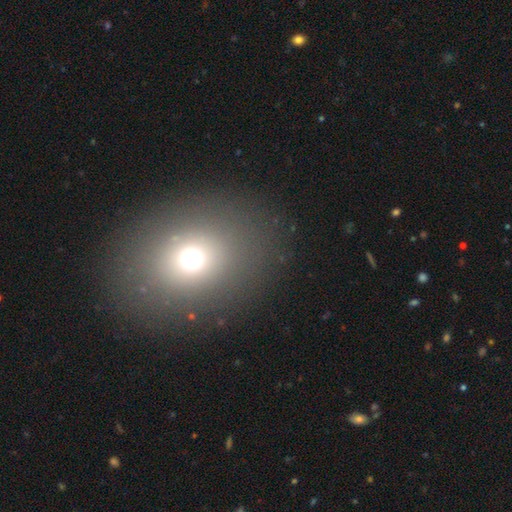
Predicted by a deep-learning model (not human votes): Smooth or featured? smooth (66%)
How rounded? in between (55%)
Merging? none (88%)